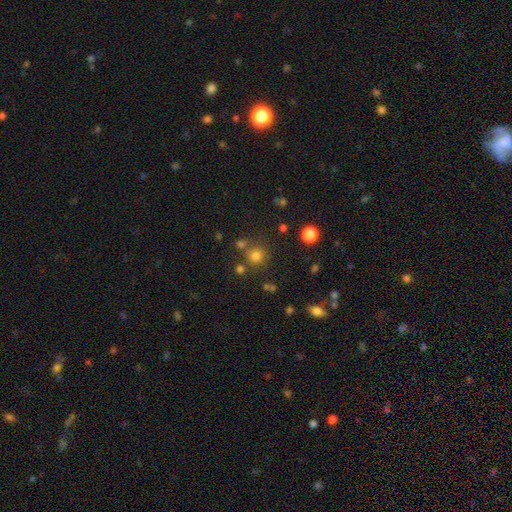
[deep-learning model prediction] The model was most divided on "smooth or featured": smooth: 75%, star or artifact: 18%, featured or disk: 7%. More confident: how rounded — round (91%); merging — none (73%).